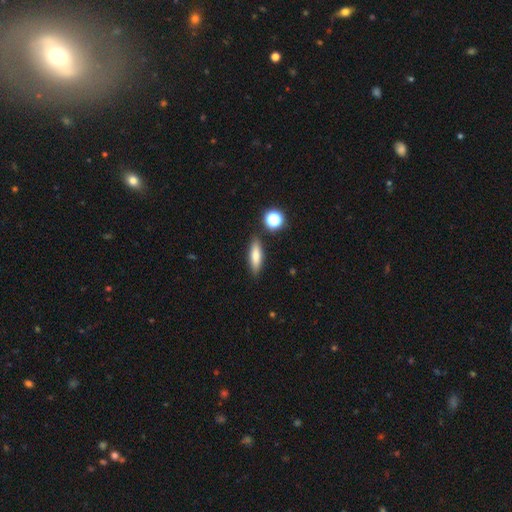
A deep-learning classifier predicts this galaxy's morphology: smooth 76%, featured or disk 15%, star or artifact 9%. Down the decision tree: how rounded — in between (50%); merging — none (84%).